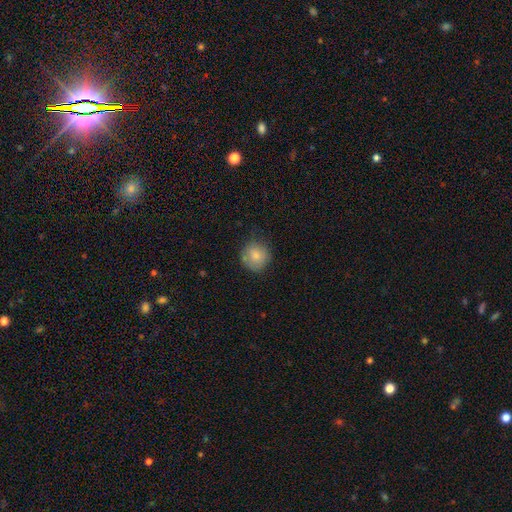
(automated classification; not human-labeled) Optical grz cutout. It shows a smooth galaxy with no disk features (80%) that is round (90%). Merging: none (70%).